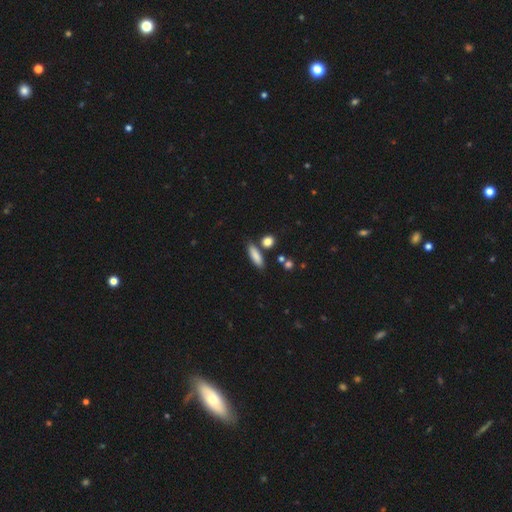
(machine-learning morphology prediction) Smooth or featured?
  - smooth: 84% *
  - featured or disk: 9%
  - star or artifact: 7%
How rounded?
  - in between: 50% *
  - cigar-shaped: 46%
  - round: 4%
Merging?
  - none: 78% *
  - minor disturbance: 12%
  - merger: 8%
  - major disturbance: 3%